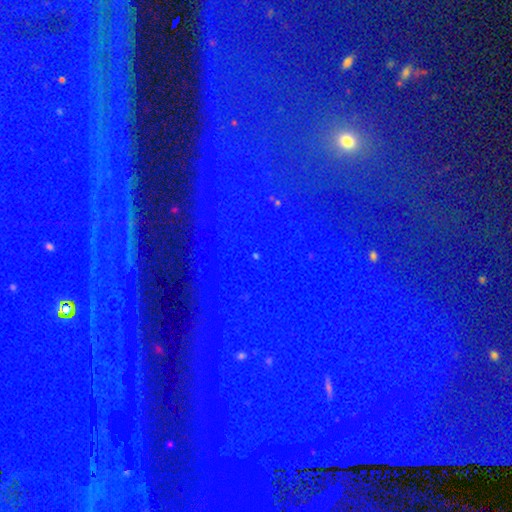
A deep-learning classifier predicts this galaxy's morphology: type=star or artifact (80%).